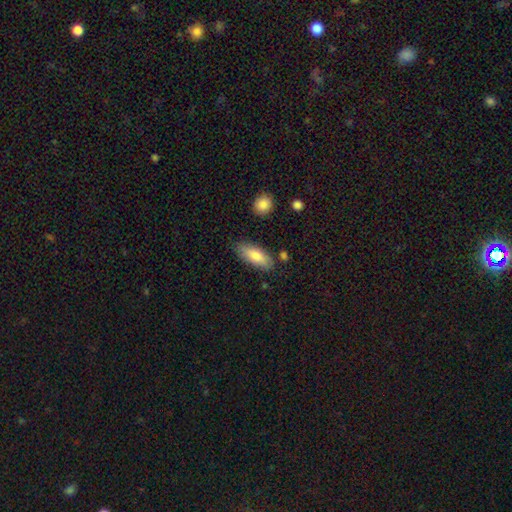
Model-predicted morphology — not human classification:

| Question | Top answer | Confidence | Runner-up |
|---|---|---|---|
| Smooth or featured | smooth | 79% | featured or disk (15%) |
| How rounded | in between | 76% | cigar-shaped (21%) |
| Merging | none | 79% | minor disturbance (14%) |